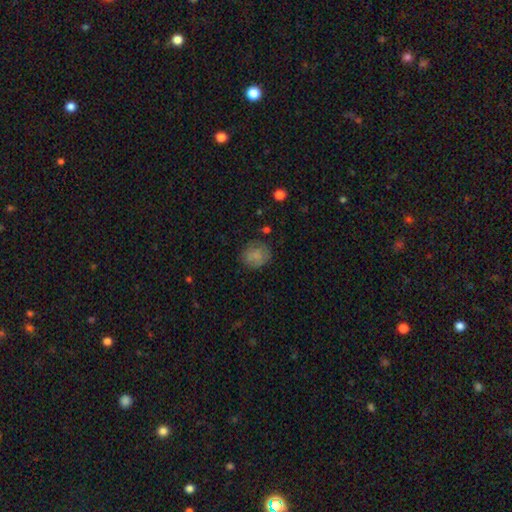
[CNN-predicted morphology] smooth-or-featured: smooth: 77% | featured or disk: 14% | star or artifact: 10%
  how-rounded: round: 78% | in between: 21% | cigar-shaped: 1%
  merging: none: 72% | minor disturbance: 20% | major disturbance: 7% | merger: 2%